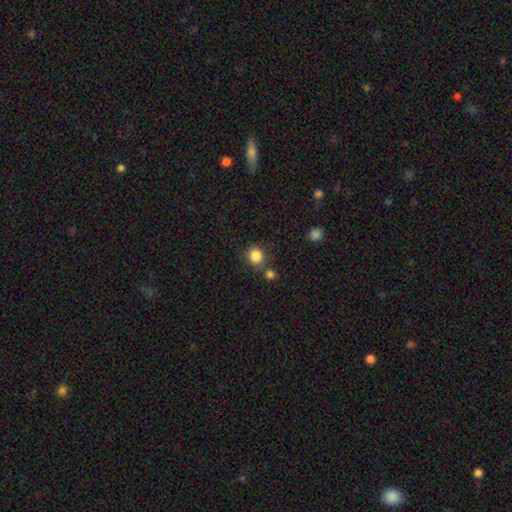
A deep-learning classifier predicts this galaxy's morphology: Smooth or featured?
  - smooth: 85% *
  - star or artifact: 10%
  - featured or disk: 5%
How rounded?
  - round: 80% *
  - in between: 19%
  - cigar-shaped: 1%
Merging?
  - none: 69% *
  - merger: 16%
  - minor disturbance: 11%
  - major disturbance: 4%